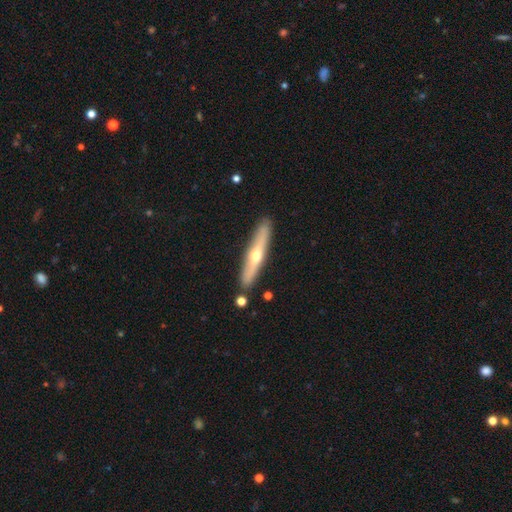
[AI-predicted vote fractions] Smooth or featured?
  - featured or disk: 58% *
  - smooth: 37%
  - star or artifact: 5%
Edge-on disk?
  - yes: 91% *
  - no: 9%
Edge-on bulge?
  - rounded: 89% *
  - none: 9%
  - boxy: 2%
Merging?
  - none: 87% *
  - minor disturbance: 8%
  - merger: 3%
  - major disturbance: 2%